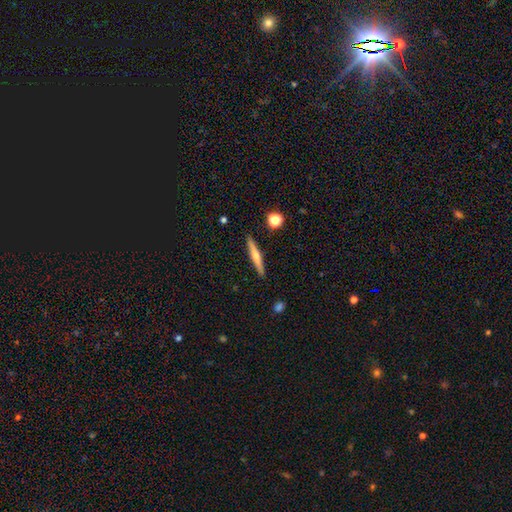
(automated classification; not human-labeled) The model was most divided on "smooth or featured": smooth: 48%, featured or disk: 45%, star or artifact: 6%. More confident: merging — none (90%).